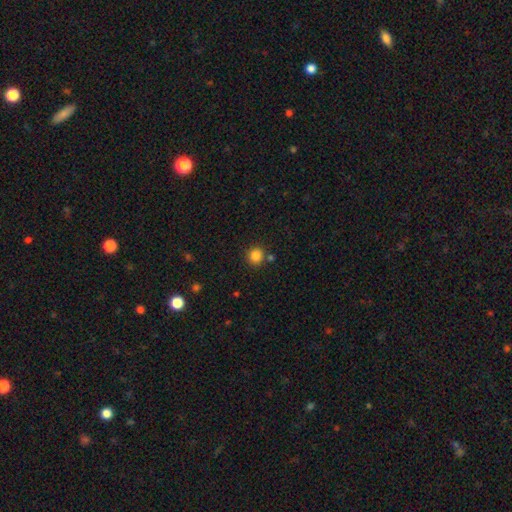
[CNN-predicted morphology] Smooth or featured?
  - smooth: 85% *
  - star or artifact: 12%
  - featured or disk: 4%
How rounded?
  - round: 90% *
  - in between: 9%
  - cigar-shaped: 1%
Merging?
  - none: 82% *
  - minor disturbance: 8%
  - merger: 7%
  - major disturbance: 3%